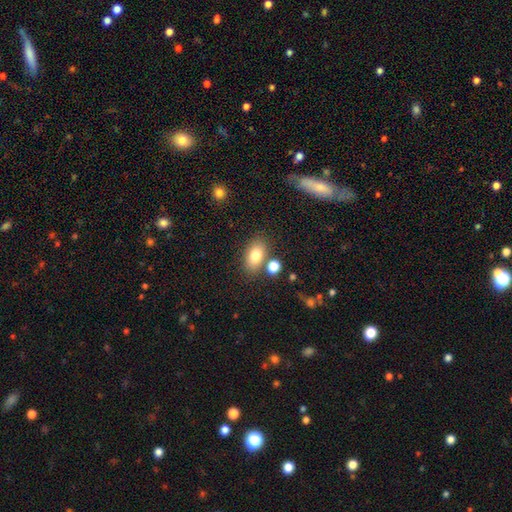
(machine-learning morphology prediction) Smooth or featured: smooth — 80% (featured or disk — 11%)
How rounded: in between — 87% (round — 11%)
Merging: none — 74% (minor disturbance — 12%)